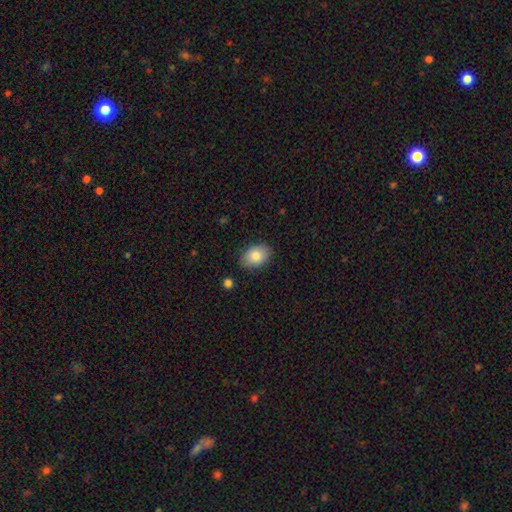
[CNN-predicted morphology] smooth-or-featured: smooth: 84% | featured or disk: 10% | star or artifact: 7%
  how-rounded: in between: 83% | round: 16% | cigar-shaped: 1%
  merging: none: 85% | minor disturbance: 11% | major disturbance: 2% | merger: 1%